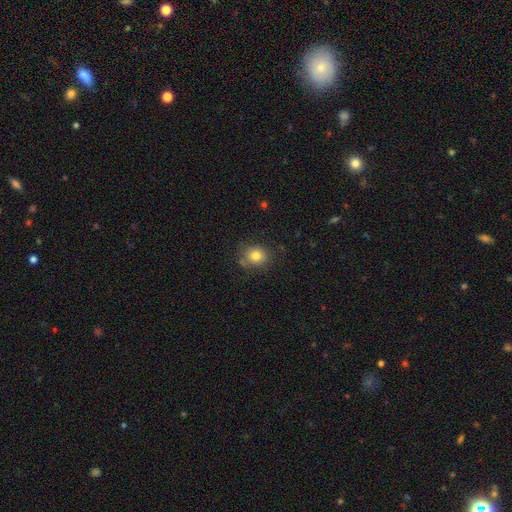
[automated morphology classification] This appears to be a smooth galaxy with no disk features (79%) that is round (74%). Merging: none (75%).